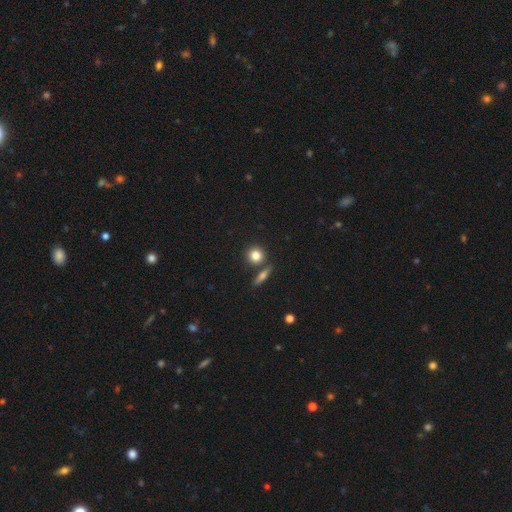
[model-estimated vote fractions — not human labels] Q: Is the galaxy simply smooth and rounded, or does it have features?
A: smooth — 81%.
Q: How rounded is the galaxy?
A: round — 84%.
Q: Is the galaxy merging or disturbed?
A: none — 74%.